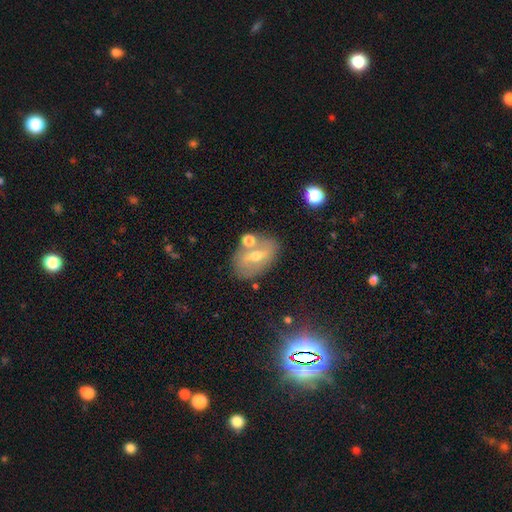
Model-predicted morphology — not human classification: smooth_or_featured: featured or disk (p=0.54) [alt: smooth p=0.35]
disk_edge_on: no (p=0.86) [alt: yes p=0.14]
merging: none (p=0.71) [alt: minor disturbance p=0.13]